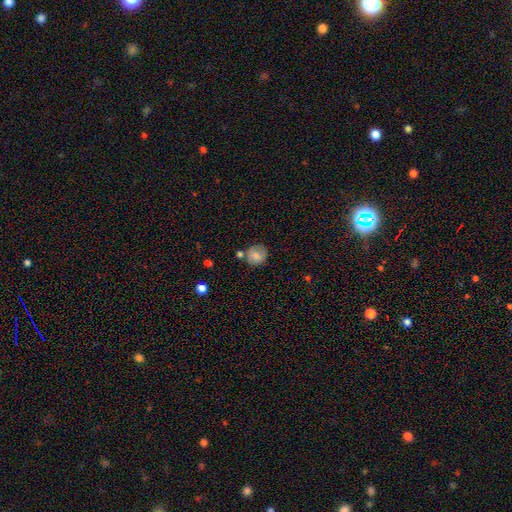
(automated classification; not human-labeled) Overall: smooth (80%). How rounded: round (84%). Merging: none (72%).